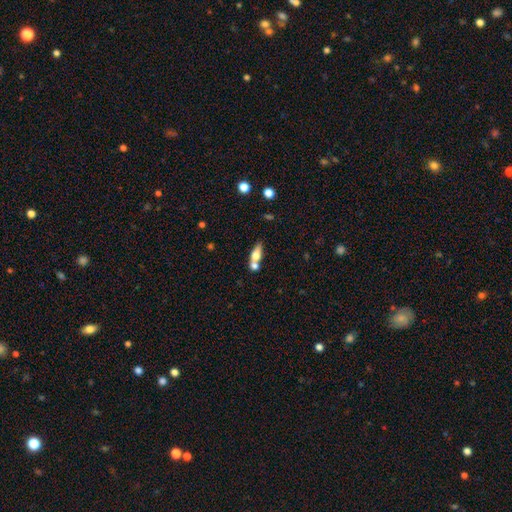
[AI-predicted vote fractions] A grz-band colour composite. It shows a smooth galaxy with no disk features (61%) that is in between round and cigar-shaped (63%). Merging: none (45%).